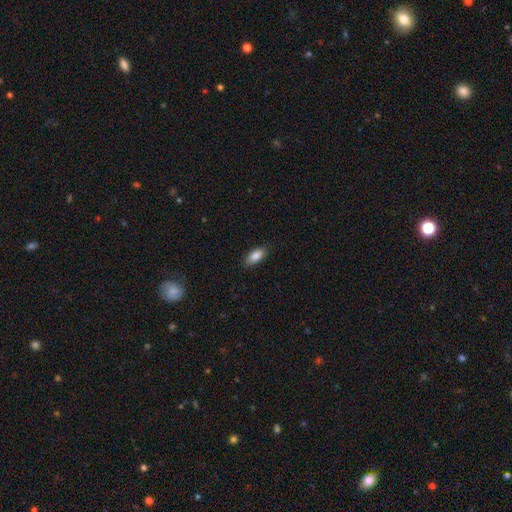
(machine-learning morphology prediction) This is clearly a smooth galaxy (85%). How rounded: clearly in between (84%). Merging: clearly none (85%).